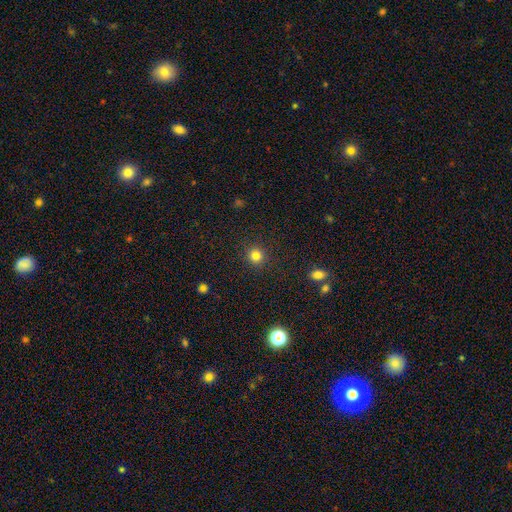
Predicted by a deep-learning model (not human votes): This is clearly a smooth galaxy (82%). How rounded: clearly round (94%). Merging: clearly none (91%).